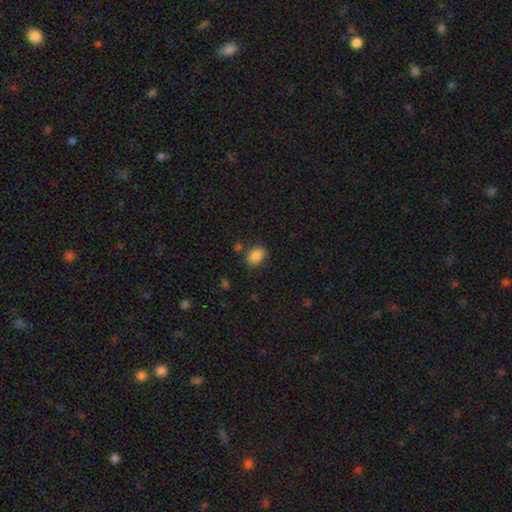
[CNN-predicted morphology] This appears to be a smooth galaxy with no disk features (86%) that is in between round and cigar-shaped (73%). Merging: none (78%).